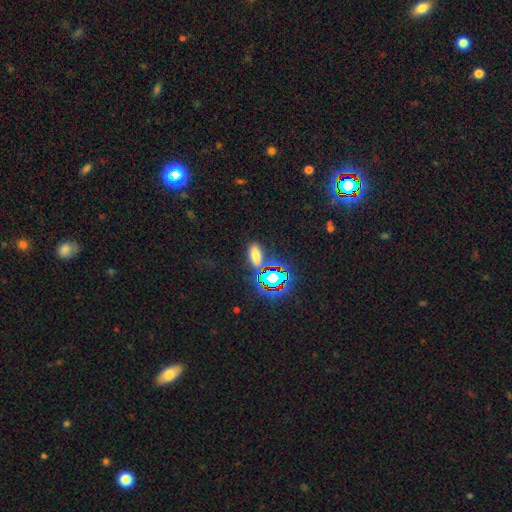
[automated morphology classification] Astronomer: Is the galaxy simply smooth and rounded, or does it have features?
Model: smooth — 63%.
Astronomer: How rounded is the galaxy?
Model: in between — 77%.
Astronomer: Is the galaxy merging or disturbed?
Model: none — 75%.